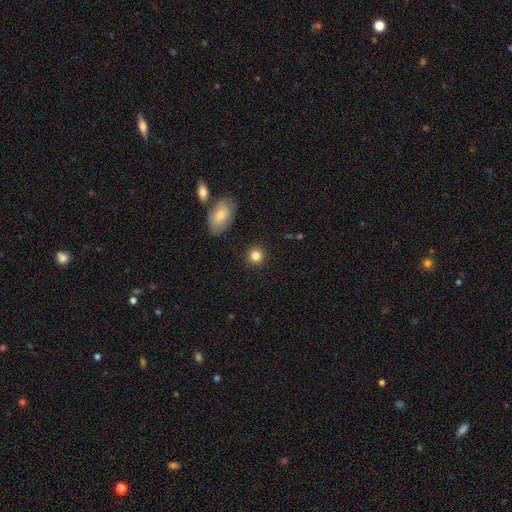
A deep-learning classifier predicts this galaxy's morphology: Q: Smooth or featured?
A: smooth (84%); runner-up: star or artifact (10%)
Q: How rounded?
A: round (88%); runner-up: in between (10%)
Q: Merging?
A: none (89%); runner-up: minor disturbance (6%)